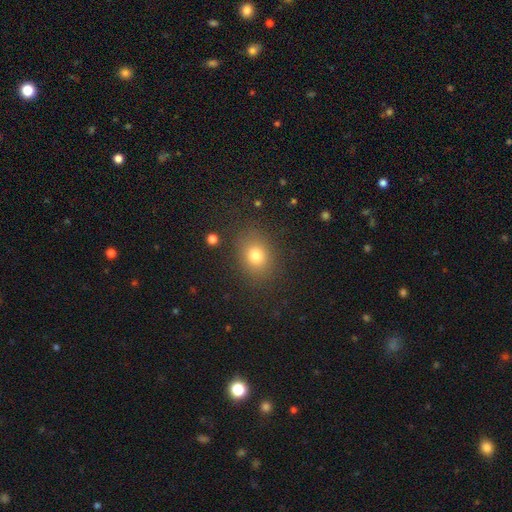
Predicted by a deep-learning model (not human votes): Q: Smooth or featured?
A: smooth (78%); runner-up: star or artifact (13%)
Q: How rounded?
A: in between (51%); runner-up: round (47%)
Q: Merging?
A: none (83%); runner-up: minor disturbance (11%)